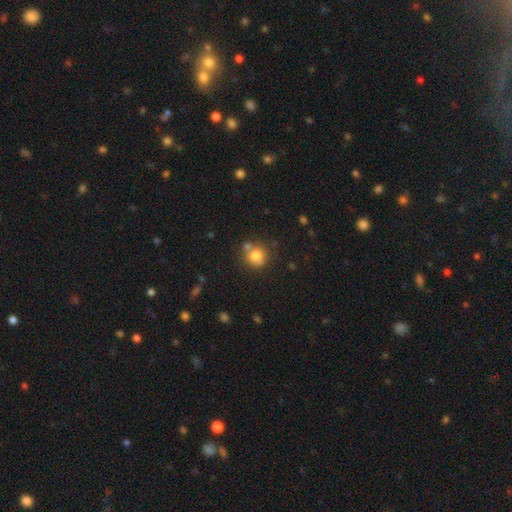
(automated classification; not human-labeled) This is likely a smooth galaxy (79%). How rounded: clearly round (88%). Merging: likely none (64%).